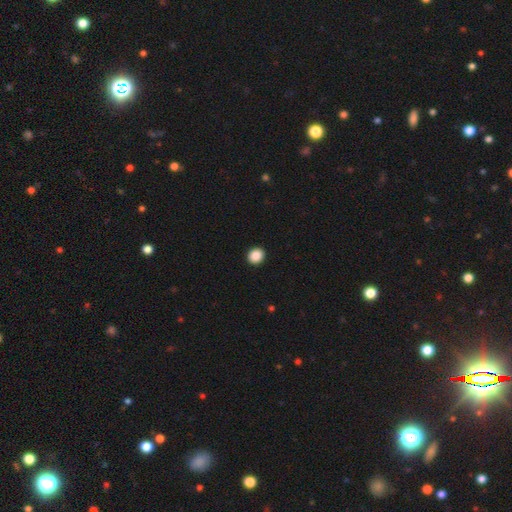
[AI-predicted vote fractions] Smooth or featured? Predicted: smooth (p=0.89). How rounded? Predicted: round (p=0.79). Merging? Predicted: none (p=0.93).